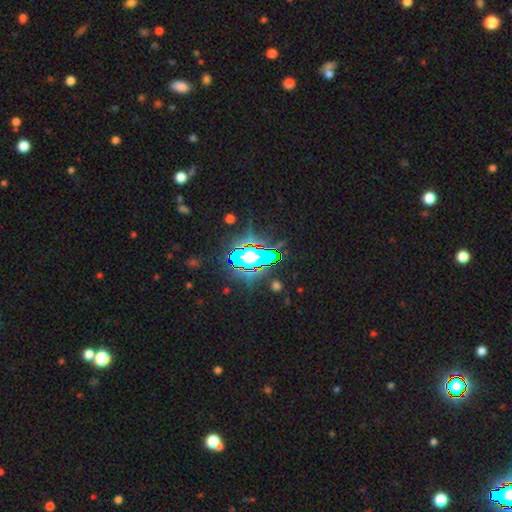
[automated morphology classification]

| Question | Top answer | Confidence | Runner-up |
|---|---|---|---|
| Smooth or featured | star or artifact | 63% | smooth (21%) |